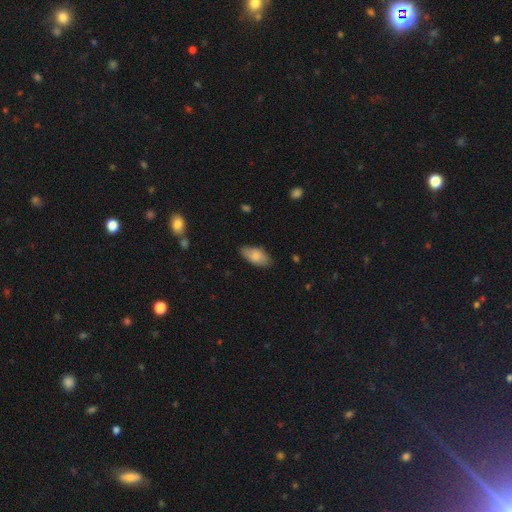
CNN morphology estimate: smooth-or-featured: smooth: 83% | featured or disk: 11% | star or artifact: 6%
  how-rounded: in between: 92% | cigar-shaped: 6% | round: 2%
  merging: none: 79% | minor disturbance: 17% | major disturbance: 3% | merger: 1%